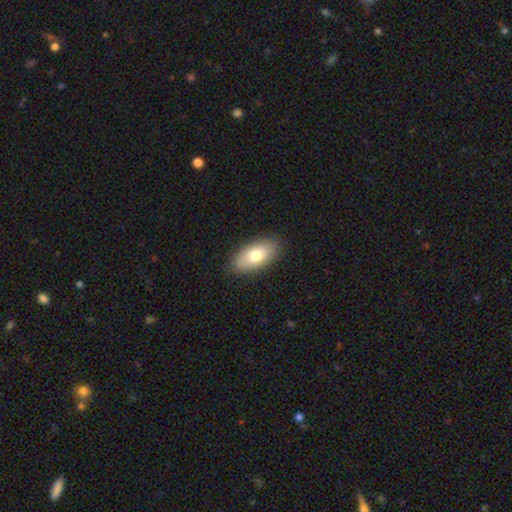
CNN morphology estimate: Smooth or featured?
  - smooth: 76% *
  - featured or disk: 18%
  - star or artifact: 7%
How rounded?
  - in between: 91% *
  - cigar-shaped: 6%
  - round: 3%
Merging?
  - none: 87% *
  - minor disturbance: 10%
  - major disturbance: 2%
  - merger: 1%